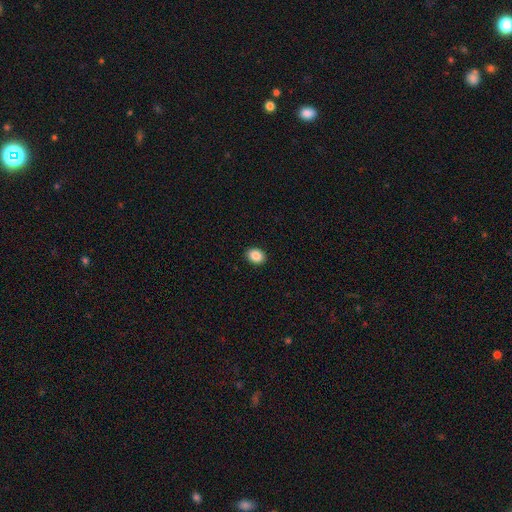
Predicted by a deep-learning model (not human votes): smooth 88%, star or artifact 9%, featured or disk 4%. Down the decision tree: how rounded — in between (52%); merging — none (91%).